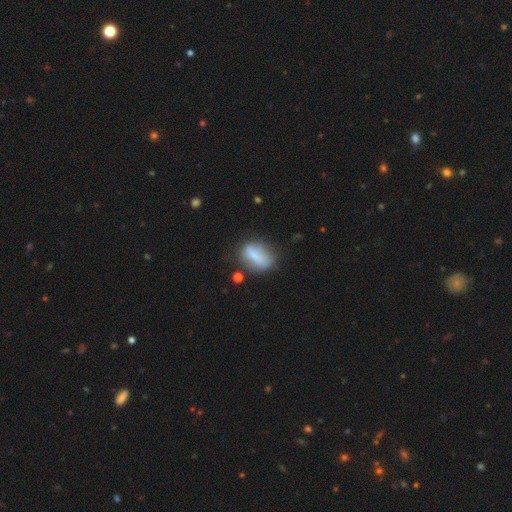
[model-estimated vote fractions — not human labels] Smooth or featured? Predicted: smooth (p=0.66). How rounded? Predicted: in between (p=0.73). Merging? Predicted: none (p=0.57).